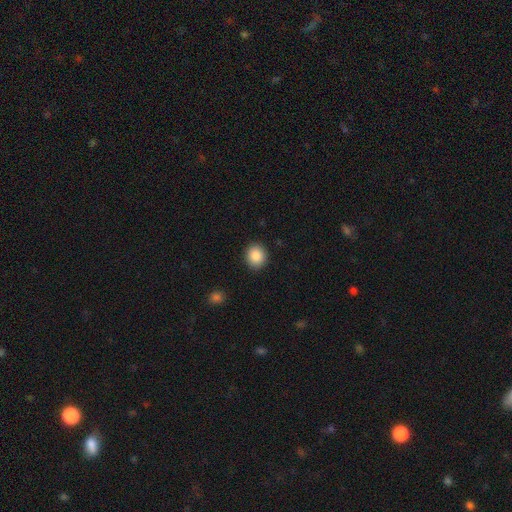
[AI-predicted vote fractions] smooth 87%, star or artifact 9%, featured or disk 4%. Down the decision tree: how rounded — round (80%); merging — none (91%).